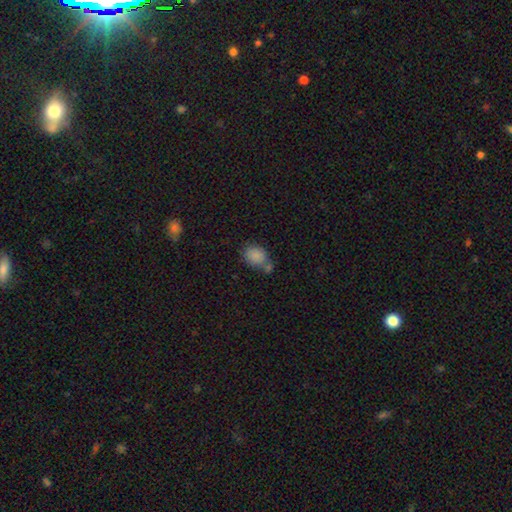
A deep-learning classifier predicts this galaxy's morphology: Smooth or featured: smooth — 85% (star or artifact — 9%)
How rounded: in between — 56% (round — 43%)
Merging: none — 50% (merger — 26%)